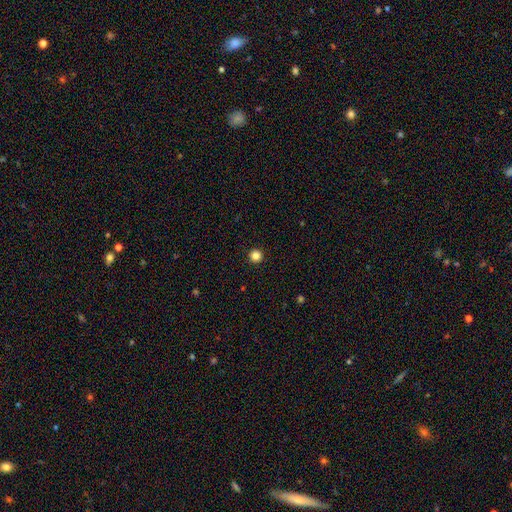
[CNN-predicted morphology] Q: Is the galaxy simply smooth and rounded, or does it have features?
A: smooth — 85%.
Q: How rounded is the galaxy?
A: round — 96%.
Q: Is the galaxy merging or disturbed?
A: none — 94%.